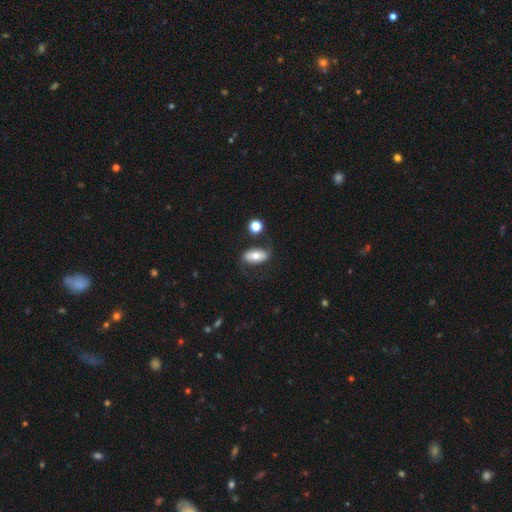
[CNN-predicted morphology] Q: Smooth or featured?
A: smooth (57%); runner-up: featured or disk (35%)
Q: How rounded?
A: in between (88%); runner-up: round (6%)
Q: Merging?
A: none (61%); runner-up: minor disturbance (20%)